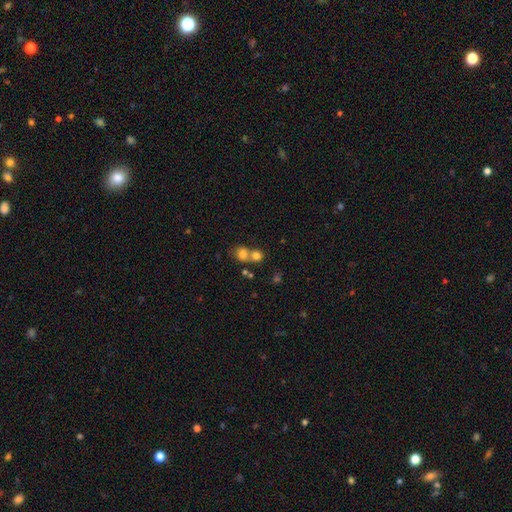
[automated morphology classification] This appears to be a smooth galaxy with no disk features (77%) that is round (79%). Merging: merger (53%).